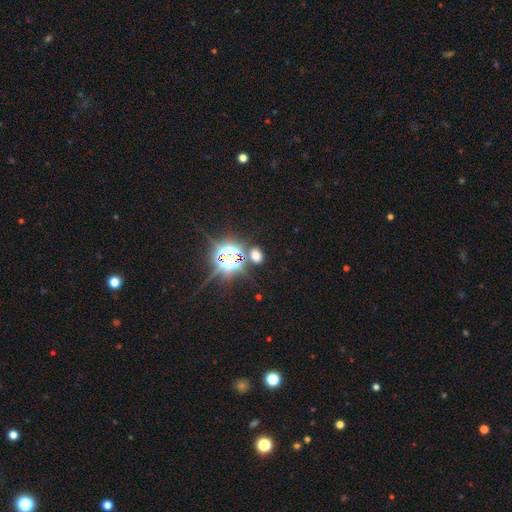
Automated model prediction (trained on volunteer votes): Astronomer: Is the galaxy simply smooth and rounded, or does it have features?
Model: star or artifact — 47%, tied with smooth at 47%.